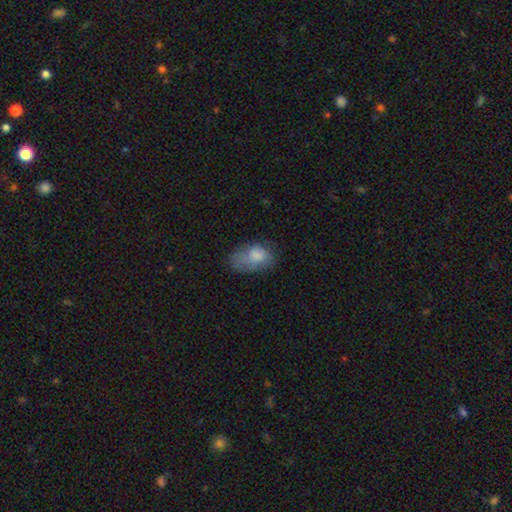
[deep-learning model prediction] smooth-or-featured: smooth: 73% | featured or disk: 19% | star or artifact: 8%
  how-rounded: in between: 89% | round: 9% | cigar-shaped: 1%
  merging: none: 40% | minor disturbance: 33% | major disturbance: 25% | merger: 3%